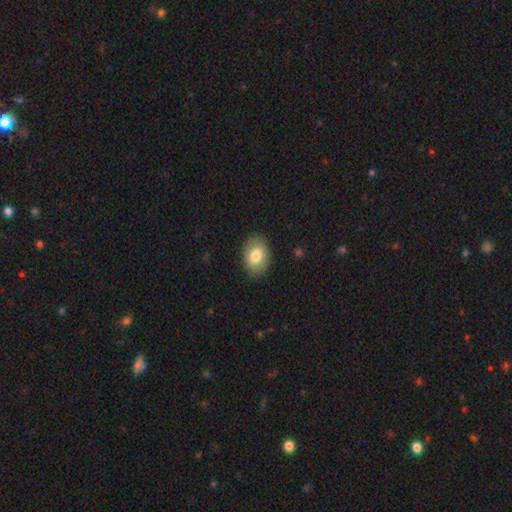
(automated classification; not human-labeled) Smooth or featured: smooth — 79% (featured or disk — 14%)
How rounded: in between — 80% (round — 19%)
Merging: none — 86% (minor disturbance — 10%)